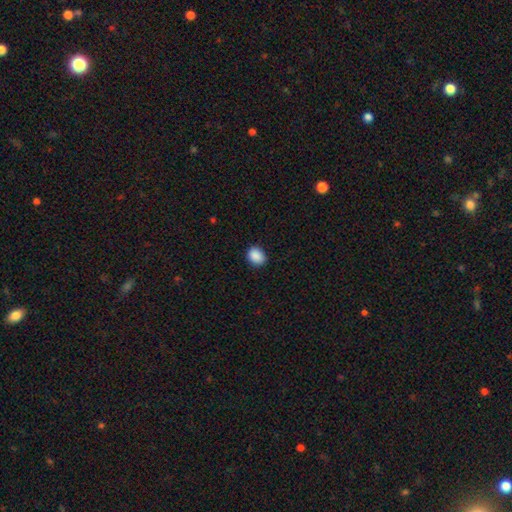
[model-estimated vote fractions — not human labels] Smooth or featured? Predicted: smooth (p=0.89). How rounded? Predicted: in between (p=0.50). Merging? Predicted: none (p=0.86).